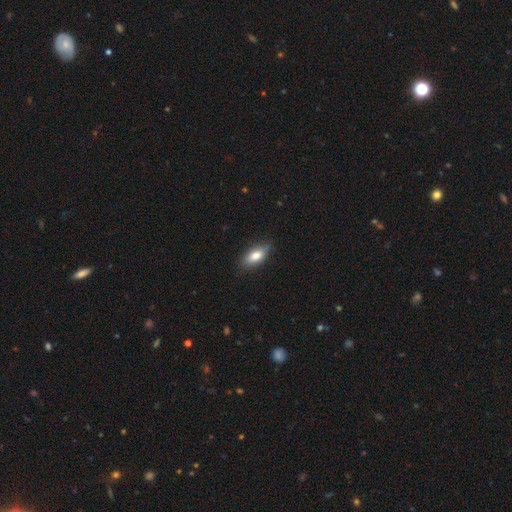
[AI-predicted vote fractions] Q: Smooth or featured?
A: smooth (77%); runner-up: featured or disk (15%)
Q: How rounded?
A: in between (82%); runner-up: cigar-shaped (13%)
Q: Merging?
A: none (78%); runner-up: minor disturbance (18%)